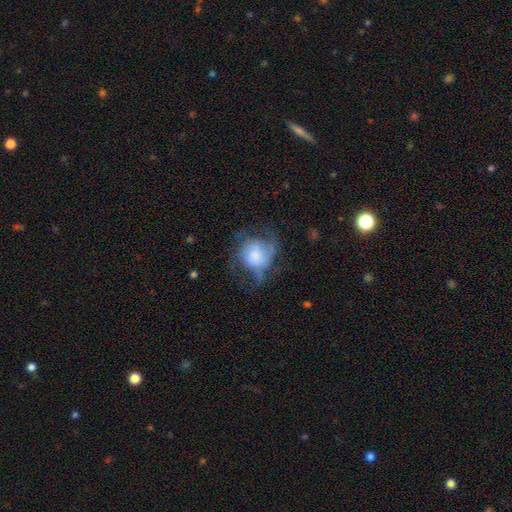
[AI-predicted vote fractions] Q: Smooth or featured?
A: smooth (47%); runner-up: featured or disk (43%)
Q: Merging?
A: major disturbance (38%); runner-up: none (35%)